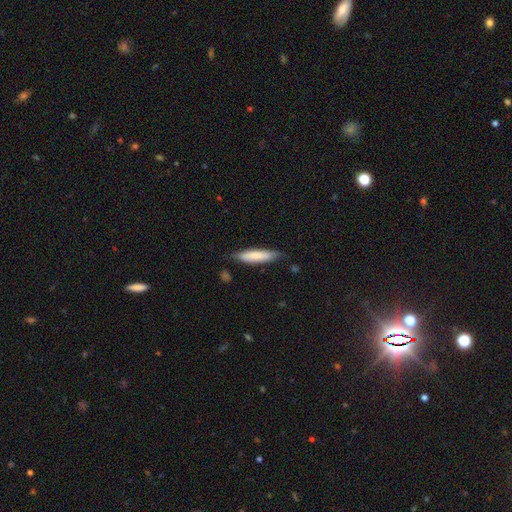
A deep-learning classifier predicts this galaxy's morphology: smooth_or_featured: smooth (p=0.79) [alt: featured or disk p=0.15]
how_rounded: cigar-shaped (p=0.79) [alt: in between p=0.20]
merging: none (p=0.80) [alt: minor disturbance p=0.16]